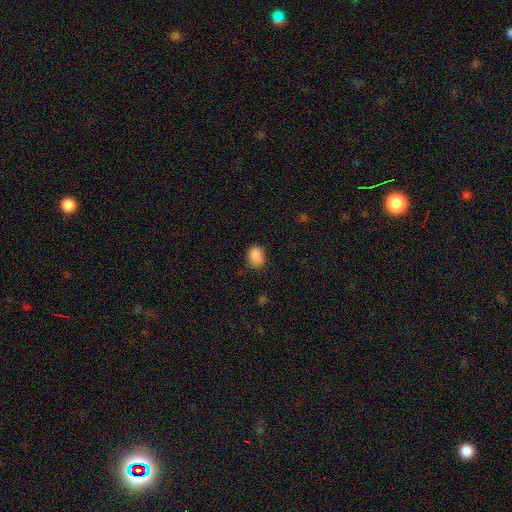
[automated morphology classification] smooth_or_featured: smooth (p=0.88) [alt: star or artifact p=0.09]
how_rounded: in between (p=0.60) [alt: round p=0.39]
merging: none (p=0.81) [alt: minor disturbance p=0.15]